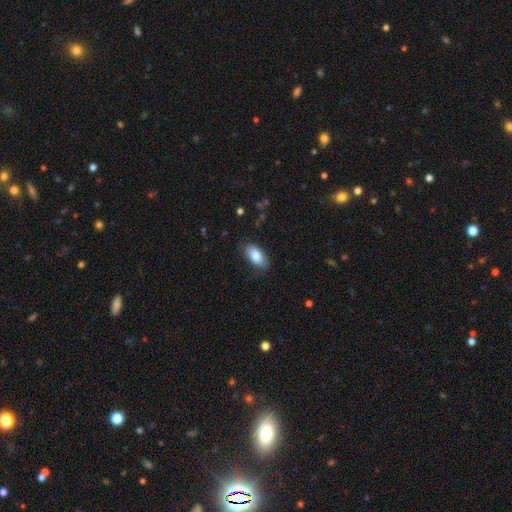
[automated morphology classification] Smooth or featured: smooth — 82% (featured or disk — 12%)
How rounded: in between — 91% (cigar-shaped — 6%)
Merging: none — 80% (minor disturbance — 15%)